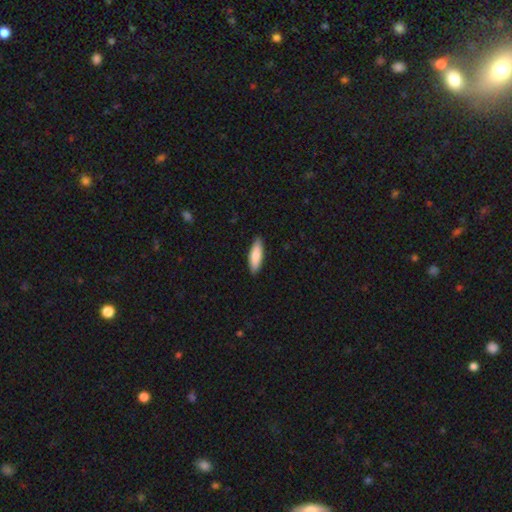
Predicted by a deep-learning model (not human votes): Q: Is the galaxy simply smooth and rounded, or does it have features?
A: smooth — 85%.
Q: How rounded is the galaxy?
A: in between — 51%.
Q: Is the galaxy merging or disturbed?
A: none — 89%.